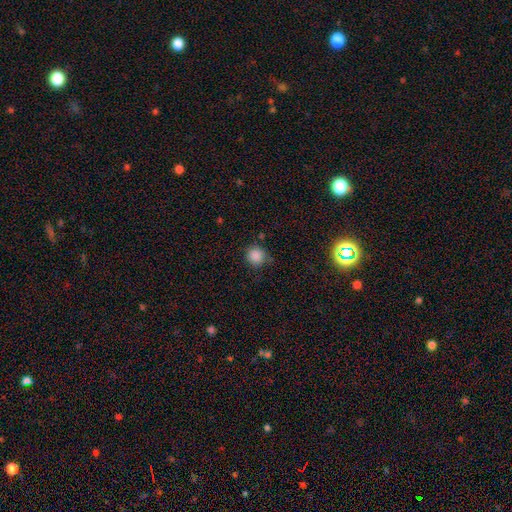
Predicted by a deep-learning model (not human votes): This appears to be a smooth galaxy with no disk features (86%) that is round (89%). Merging: none (73%).